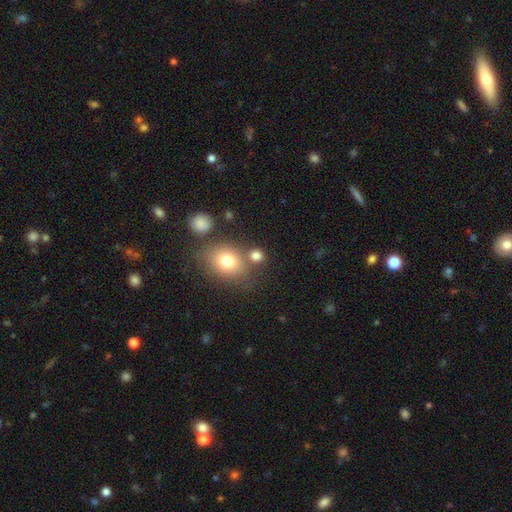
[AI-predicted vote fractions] This is likely a smooth galaxy (79%). How rounded: likely round (68%). Merging: likely none (65%).